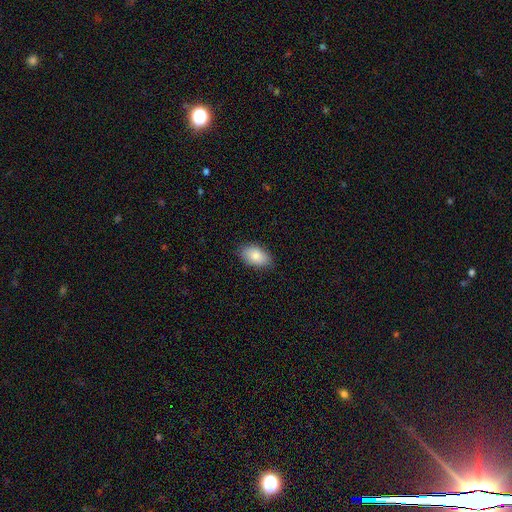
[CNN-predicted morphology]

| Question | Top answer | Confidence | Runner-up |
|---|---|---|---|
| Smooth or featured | smooth | 82% | featured or disk (11%) |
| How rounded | in between | 91% | round (7%) |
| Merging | none | 83% | minor disturbance (13%) |